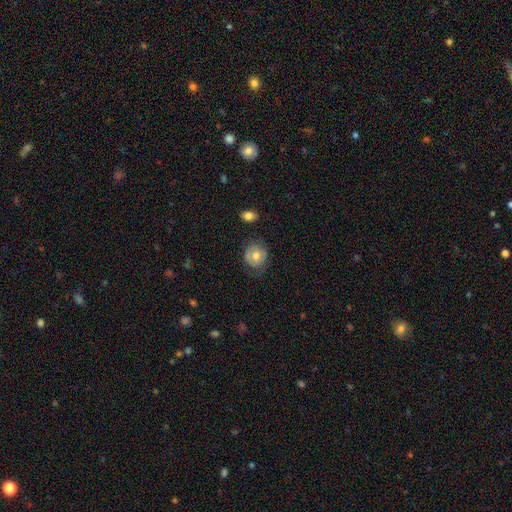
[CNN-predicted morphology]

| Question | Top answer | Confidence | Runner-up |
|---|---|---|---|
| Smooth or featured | smooth | 62% | featured or disk (30%) |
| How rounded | round | 69% | in between (30%) |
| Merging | none | 63% | minor disturbance (26%) |